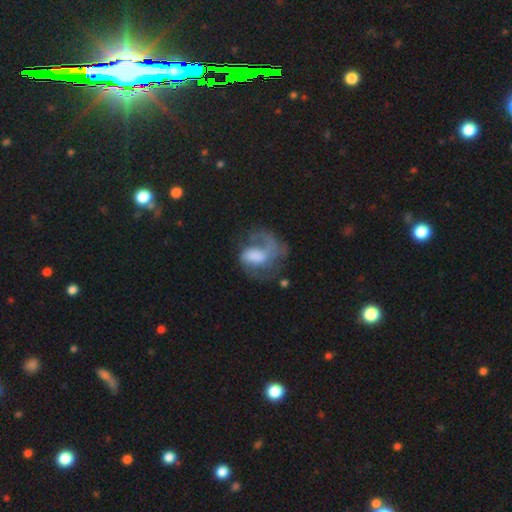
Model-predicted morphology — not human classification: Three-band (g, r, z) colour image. It shows a featured or disk galaxy (66%) with no bar (54%), spiral arms (78%) and a large central bulge (30%). Merging: major disturbance (43%).